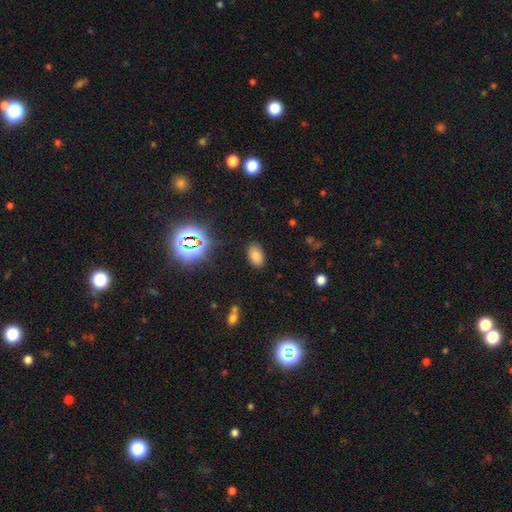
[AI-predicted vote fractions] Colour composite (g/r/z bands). It shows a smooth galaxy with no disk features (75%) that is in between round and cigar-shaped (93%). Merging: none (87%).